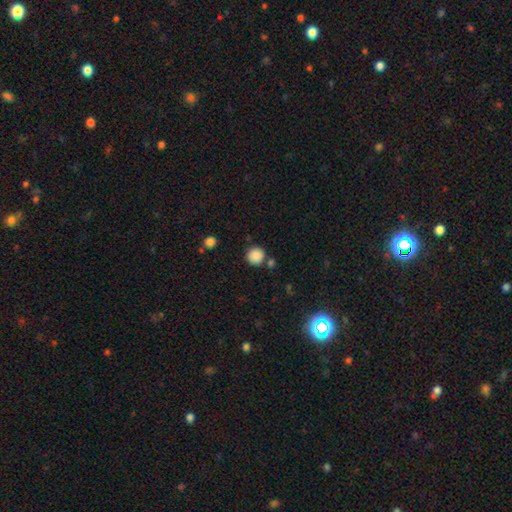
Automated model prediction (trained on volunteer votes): smooth_or_featured: smooth (p=0.88) [alt: star or artifact p=0.09]
how_rounded: round (p=0.93) [alt: in between p=0.06]
merging: none (p=0.80) [alt: minor disturbance p=0.09]